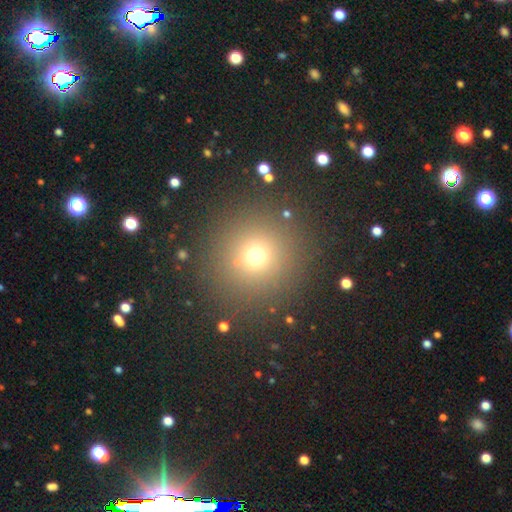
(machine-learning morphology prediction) Smooth or featured? Predicted: smooth (p=0.66). How rounded? Predicted: round (p=0.93). Merging? Predicted: none (p=0.87).